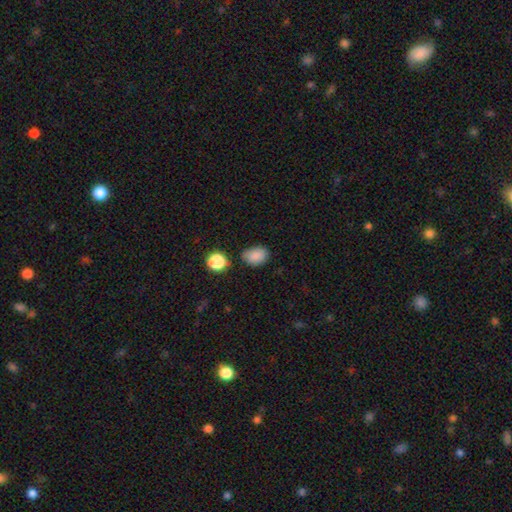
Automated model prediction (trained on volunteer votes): Q: Smooth or featured?
A: smooth (85%); runner-up: star or artifact (10%)
Q: How rounded?
A: in between (74%); runner-up: round (24%)
Q: Merging?
A: none (70%); runner-up: minor disturbance (21%)